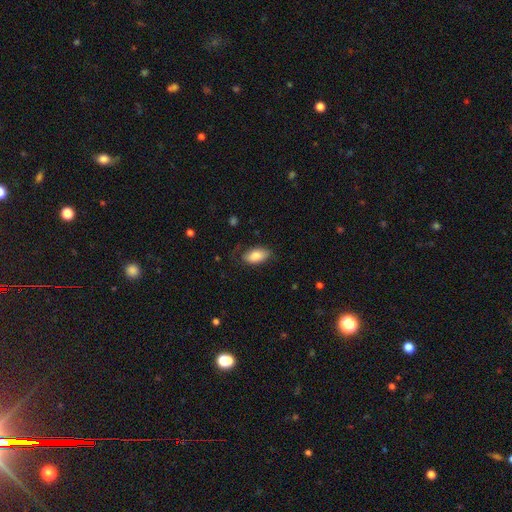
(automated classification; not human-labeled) smooth_or_featured: smooth (p=0.82) [alt: featured or disk p=0.11]
how_rounded: in between (p=0.93) [alt: cigar-shaped p=0.04]
merging: none (p=0.70) [alt: minor disturbance p=0.21]